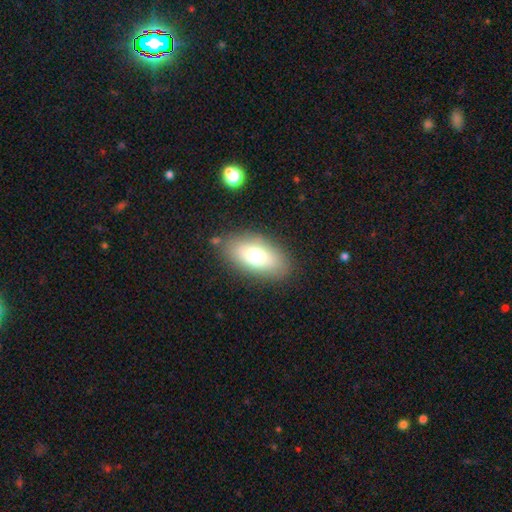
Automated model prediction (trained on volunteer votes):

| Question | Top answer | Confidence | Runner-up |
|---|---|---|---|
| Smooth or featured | smooth | 69% | featured or disk (21%) |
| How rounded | in between | 89% | round (8%) |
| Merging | none | 83% | minor disturbance (11%) |